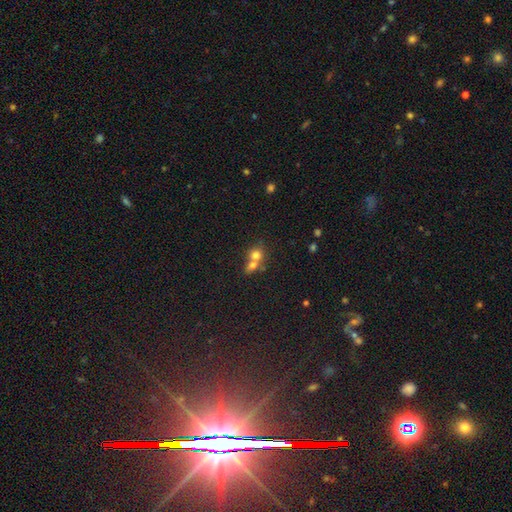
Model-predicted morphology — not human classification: Overall: smooth (73%). How rounded: round (75%). Merging: merger (64%; none 27%).